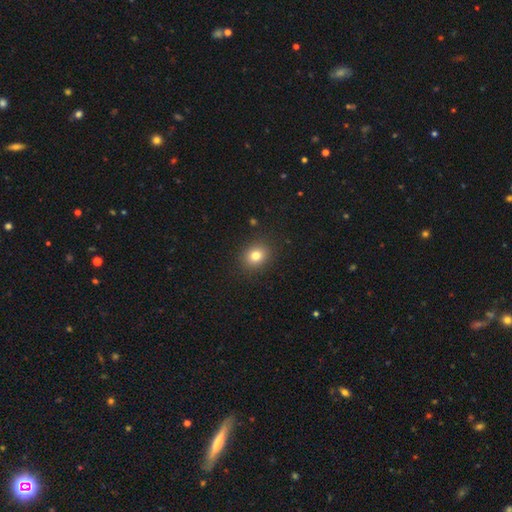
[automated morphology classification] type=smooth (80%); roundness=round (63%); merging=none (89%).